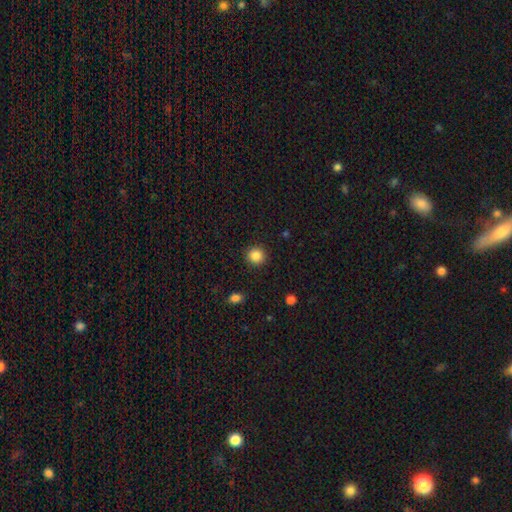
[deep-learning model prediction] The model was most divided on "smooth or featured": smooth: 86%, star or artifact: 10%, featured or disk: 4%. More confident: how rounded — round (92%); merging — none (92%).